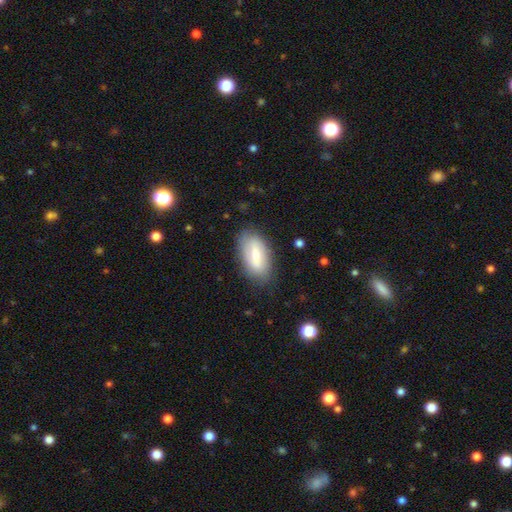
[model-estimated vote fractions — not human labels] Q: Smooth or featured?
A: smooth (64%); runner-up: featured or disk (29%)
Q: How rounded?
A: in between (88%); runner-up: cigar-shaped (9%)
Q: Merging?
A: none (78%); runner-up: minor disturbance (16%)